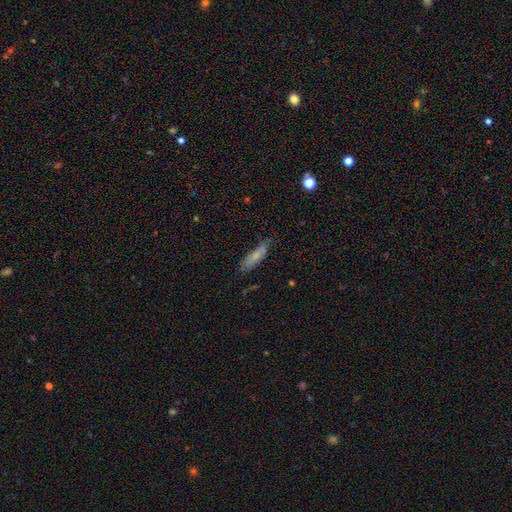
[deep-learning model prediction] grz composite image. It shows a smooth galaxy with no disk features (66%) that is cigar-shaped (66%). Merging: none (71%).